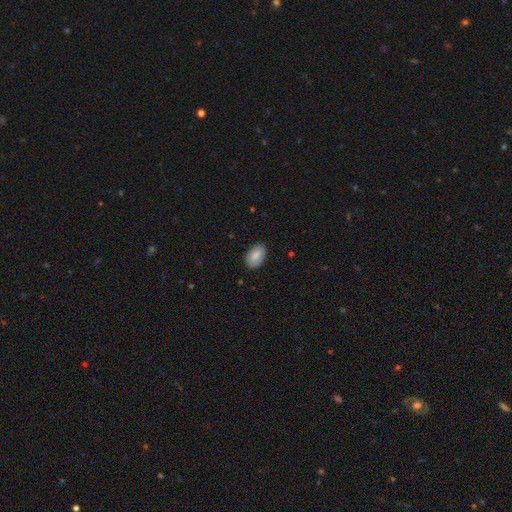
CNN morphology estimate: smooth 83%, featured or disk 11%, star or artifact 6%. Down the decision tree: how rounded — in between (91%); merging — none (84%).